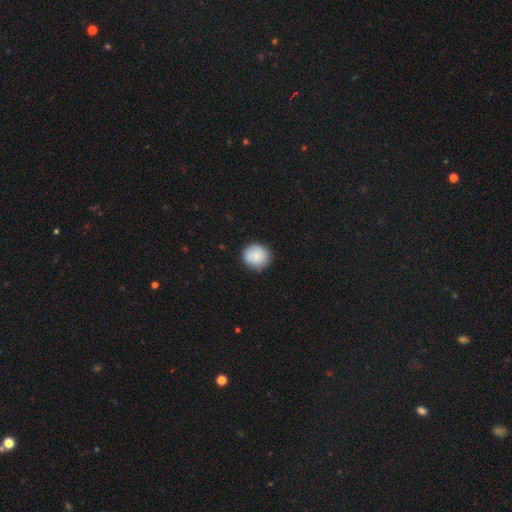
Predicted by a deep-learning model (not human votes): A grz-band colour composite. It shows a smooth galaxy with no disk features (81%) that is round (87%). Merging: none (84%).